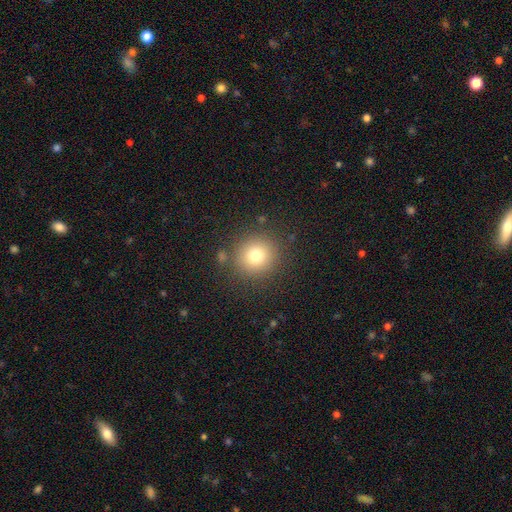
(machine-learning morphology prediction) Smooth or featured?
  - smooth: 77% *
  - star or artifact: 13%
  - featured or disk: 10%
How rounded?
  - round: 92% *
  - in between: 7%
  - cigar-shaped: 1%
Merging?
  - none: 86% *
  - minor disturbance: 8%
  - major disturbance: 3%
  - merger: 3%